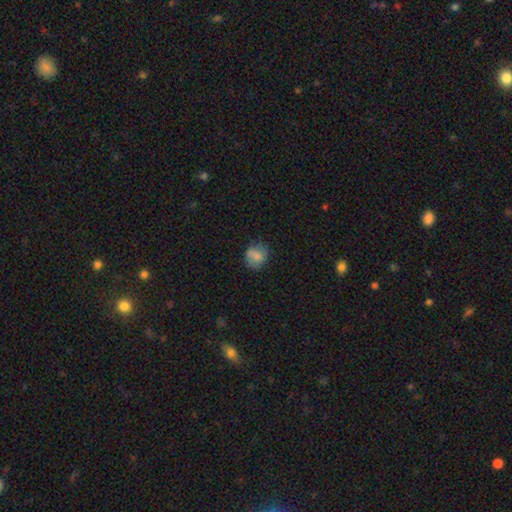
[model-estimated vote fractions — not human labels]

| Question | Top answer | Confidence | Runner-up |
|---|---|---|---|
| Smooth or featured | smooth | 70% | featured or disk (20%) |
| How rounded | round | 69% | in between (30%) |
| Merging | none | 61% | minor disturbance (25%) |